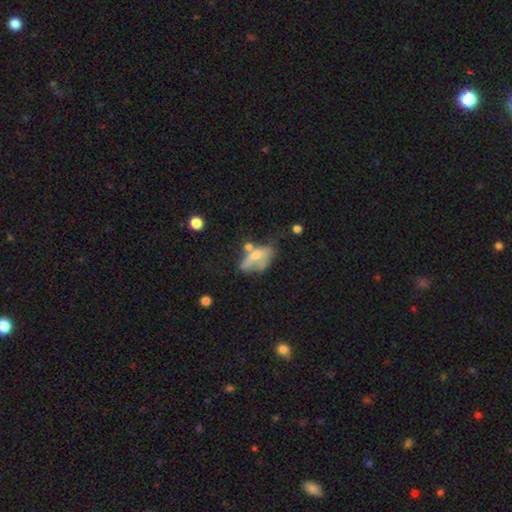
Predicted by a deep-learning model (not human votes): Smooth or featured?
  - smooth: 47% *
  - featured or disk: 43%
  - star or artifact: 10%
Merging?
  - none: 29% *
  - merger: 25%
  - major disturbance: 24%
  - minor disturbance: 22%